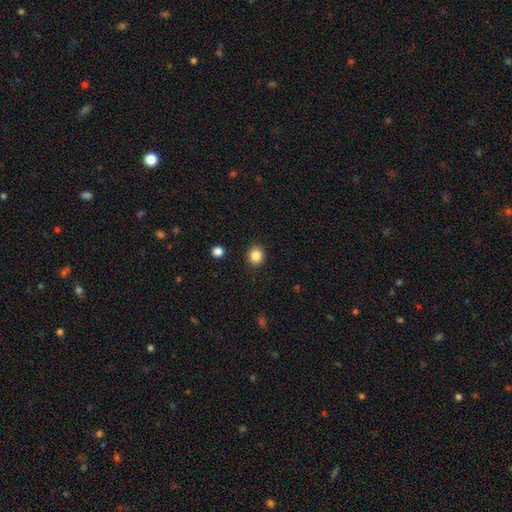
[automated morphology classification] Smooth or featured?
  - smooth: 85% *
  - star or artifact: 11%
  - featured or disk: 5%
How rounded?
  - round: 86% *
  - in between: 13%
  - cigar-shaped: 1%
Merging?
  - none: 91% *
  - minor disturbance: 6%
  - major disturbance: 2%
  - merger: 1%